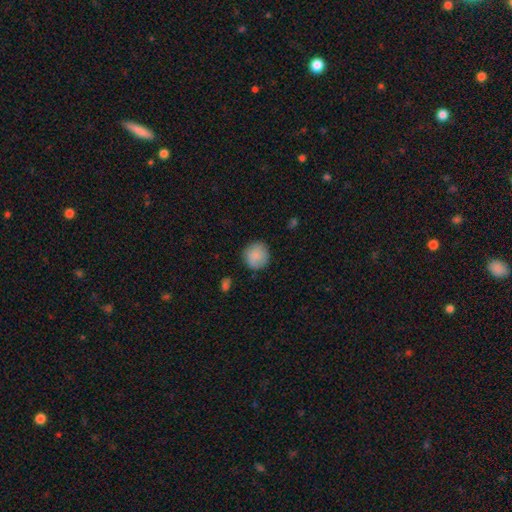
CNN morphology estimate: Smooth or featured?
  - smooth: 86% *
  - star or artifact: 7%
  - featured or disk: 7%
How rounded?
  - round: 91% *
  - in between: 8%
  - cigar-shaped: 1%
Merging?
  - none: 84% *
  - minor disturbance: 12%
  - major disturbance: 3%
  - merger: 1%